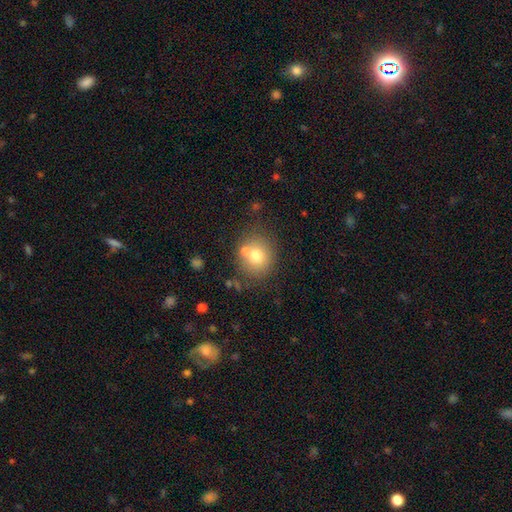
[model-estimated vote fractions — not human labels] smooth 72%, featured or disk 16%, star or artifact 12%. Down the decision tree: how rounded — round (82%); merging — none (64%).